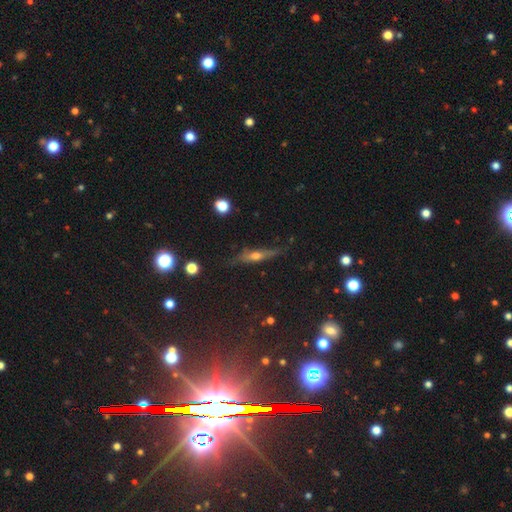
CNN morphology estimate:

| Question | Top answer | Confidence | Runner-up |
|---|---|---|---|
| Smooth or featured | featured or disk | 57% | smooth (29%) |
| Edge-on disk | yes | 91% | no (9%) |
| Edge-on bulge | rounded | 85% | none (9%) |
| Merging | none | 78% | minor disturbance (16%) |